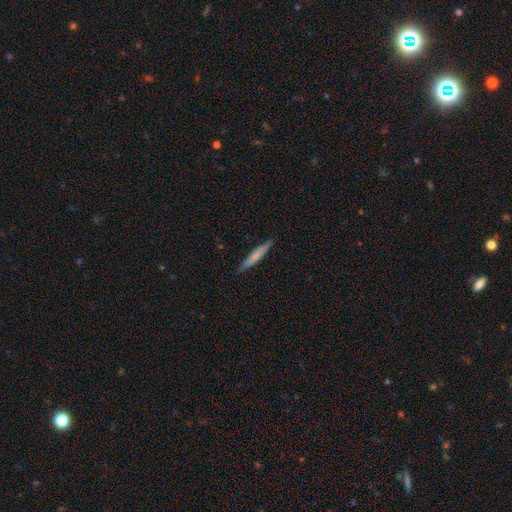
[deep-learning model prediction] Morphology: type=smooth (64%); roundness=cigar-shaped (94%); merging=none (89%).